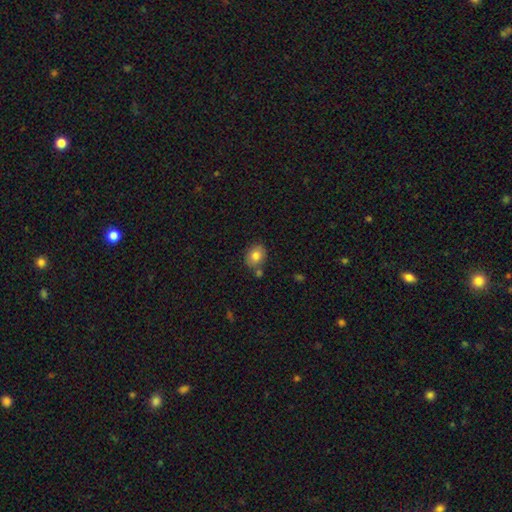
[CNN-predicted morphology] smooth-or-featured: smooth: 81% | featured or disk: 11% | star or artifact: 9%
  how-rounded: round: 56% | in between: 43% | cigar-shaped: 1%
  merging: none: 74% | minor disturbance: 13% | merger: 11% | major disturbance: 3%